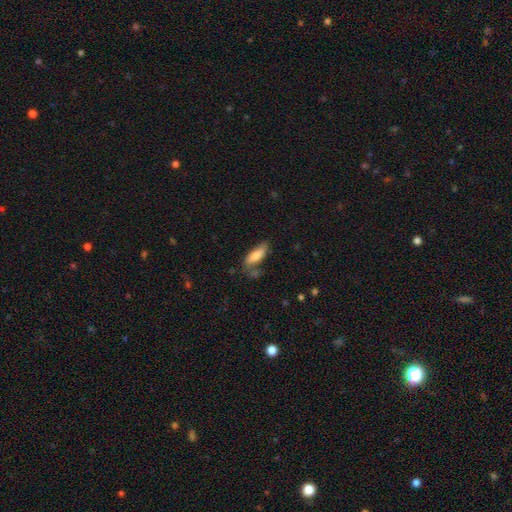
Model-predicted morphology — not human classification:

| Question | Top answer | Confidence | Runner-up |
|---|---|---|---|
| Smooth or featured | smooth | 76% | featured or disk (17%) |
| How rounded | in between | 62% | cigar-shaped (36%) |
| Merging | none | 59% | minor disturbance (24%) |